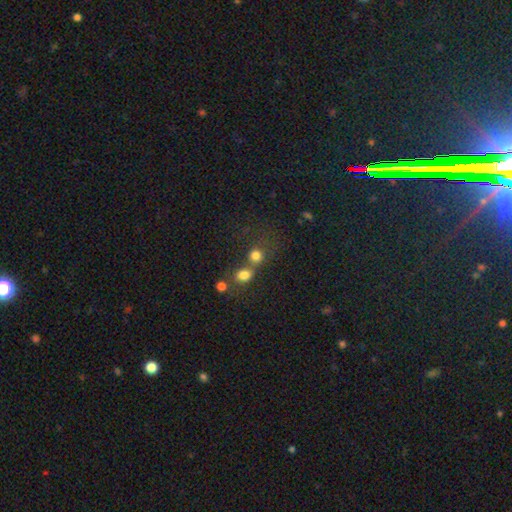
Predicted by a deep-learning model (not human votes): Smooth or featured: smooth — 77% (star or artifact — 15%)
How rounded: round — 80% (in between — 19%)
Merging: none — 44% (merger — 43%)